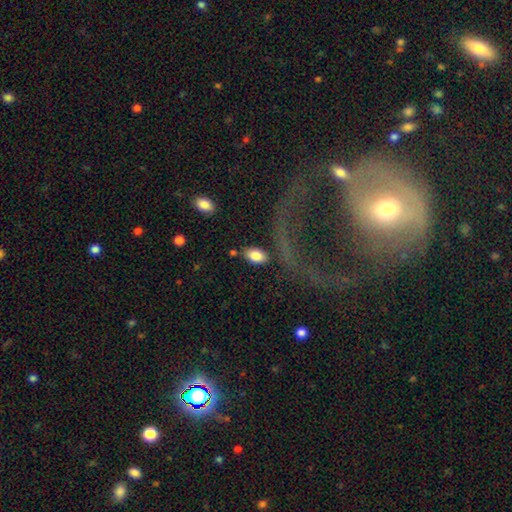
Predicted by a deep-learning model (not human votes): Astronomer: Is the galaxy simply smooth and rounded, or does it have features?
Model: smooth — 82%.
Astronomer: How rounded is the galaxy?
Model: in between — 90%.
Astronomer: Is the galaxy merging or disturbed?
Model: none — 75%.